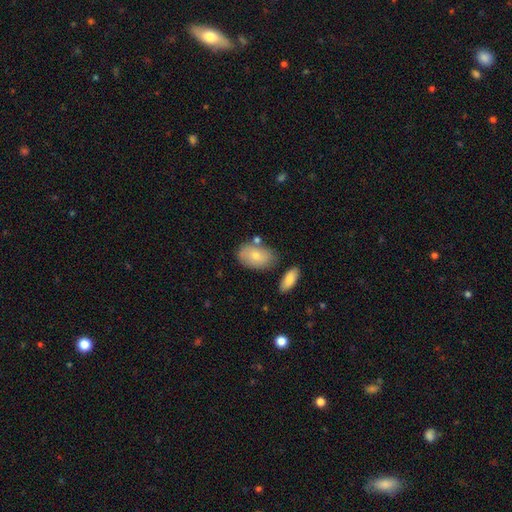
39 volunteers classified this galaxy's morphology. Q: Smooth or featured?
A: smooth (72%); runner-up: featured or disk (23%)
Q: How rounded?
A: in between (86%); runner-up: round (14%)
Q: Merging?
A: none (62%); runner-up: minor disturbance (30%)